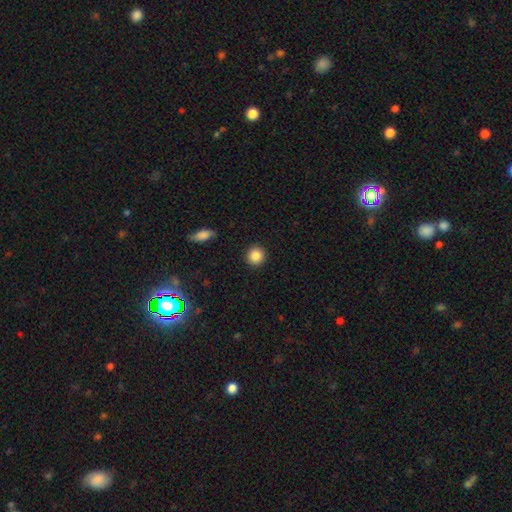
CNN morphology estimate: smooth 86%, star or artifact 9%, featured or disk 4%. Down the decision tree: how rounded — round (92%); merging — none (92%).